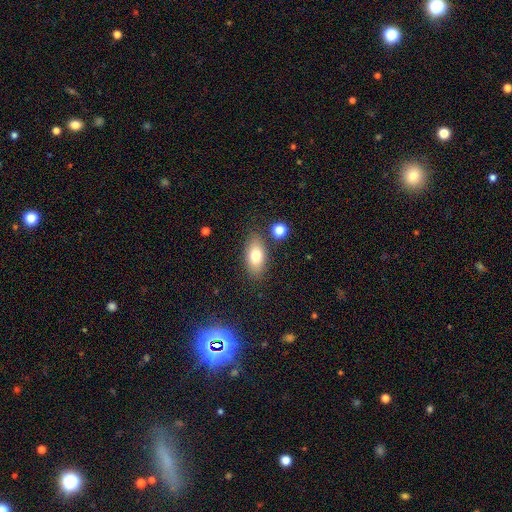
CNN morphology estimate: A smooth galaxy with no disk features (75%) that is in between round and cigar-shaped (88%). Merging: none (81%).